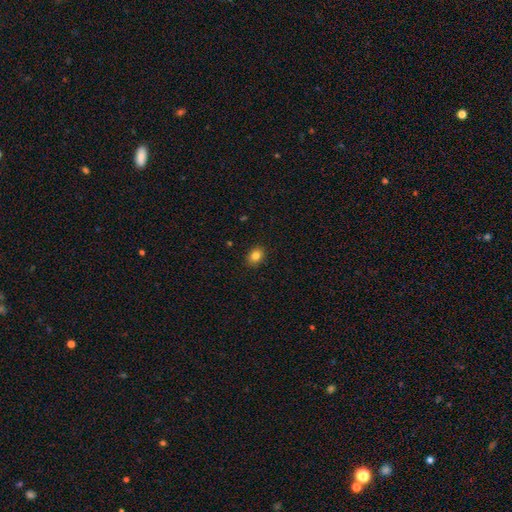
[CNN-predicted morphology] Q: Smooth or featured?
A: smooth (83%); runner-up: star or artifact (11%)
Q: How rounded?
A: in between (57%); runner-up: round (42%)
Q: Merging?
A: none (89%); runner-up: minor disturbance (8%)